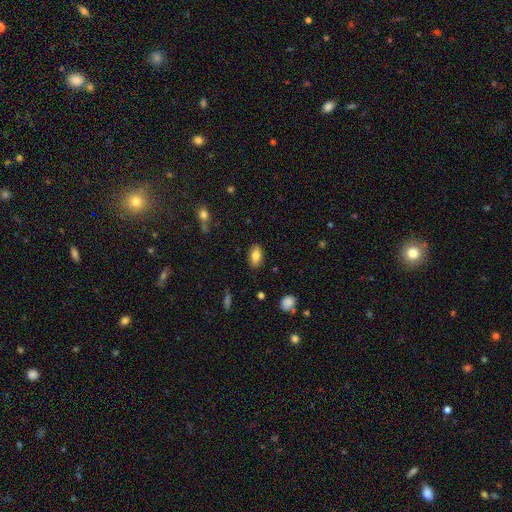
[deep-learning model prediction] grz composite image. It shows a smooth galaxy with no disk features (81%) that is in between round and cigar-shaped (91%). Merging: none (87%).